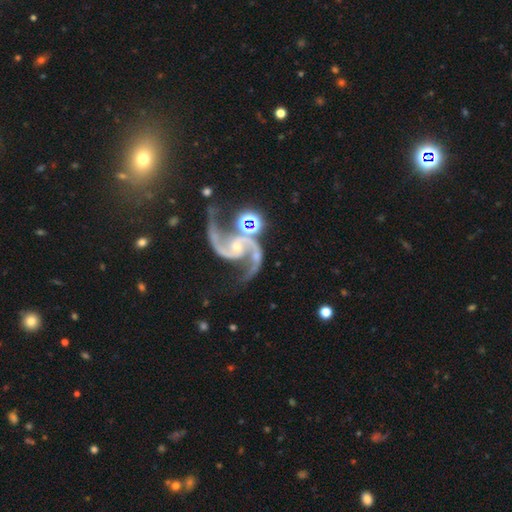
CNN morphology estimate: Smooth or featured? featured or disk (92%)
Edge-on disk? no (98%)
Bar? no (54%)
Spiral arms? yes (98%)
Spiral winding? loose (56%)
Spiral arm count? 2 (94%)
Bulge size? small (65%)
Merging? none (56%)